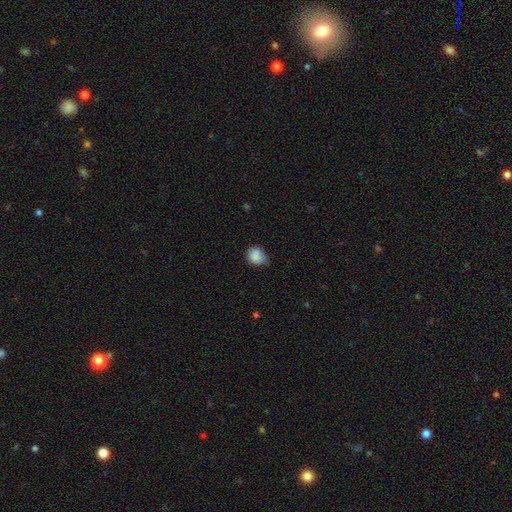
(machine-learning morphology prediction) Smooth or featured?
  - smooth: 86% *
  - star or artifact: 9%
  - featured or disk: 5%
How rounded?
  - round: 71% *
  - in between: 28%
  - cigar-shaped: 1%
Merging?
  - none: 51% *
  - minor disturbance: 39%
  - major disturbance: 7%
  - merger: 2%